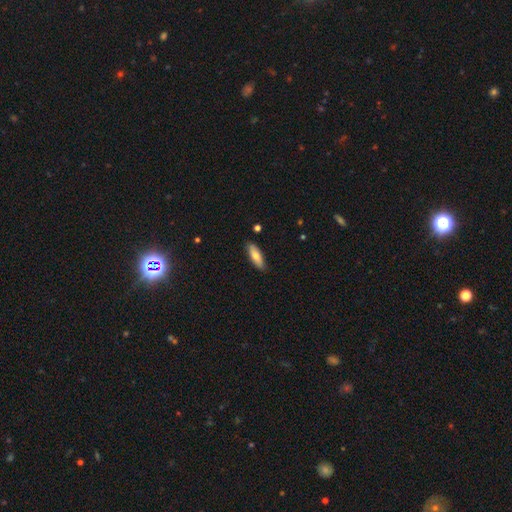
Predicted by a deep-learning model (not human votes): Smooth or featured: smooth — 73% (featured or disk — 21%)
How rounded: in between — 54% (cigar-shaped — 44%)
Merging: none — 87% (minor disturbance — 10%)